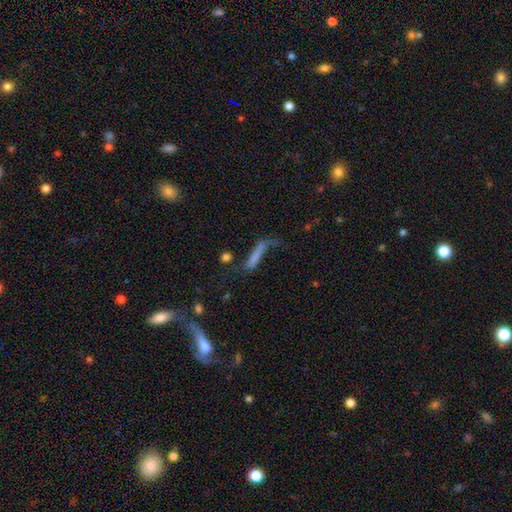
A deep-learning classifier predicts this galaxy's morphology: Smooth or featured: smooth — 63% (featured or disk — 25%)
How rounded: cigar-shaped — 78% (in between — 18%)
Merging: major disturbance — 35% (none — 34%)